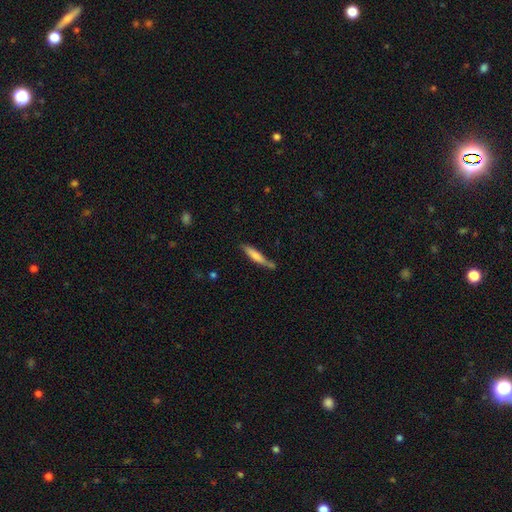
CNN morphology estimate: A smooth galaxy with no disk features (69%) that is cigar-shaped (87%).

Vote fractions:
- Smooth or featured? smooth: 69% / featured or disk: 25% / star or artifact: 6%
- How rounded? cigar-shaped: 87% / in between: 11% / round: 1%
- Merging? none: 60% / minor disturbance: 24% / merger: 10% / major disturbance: 6%